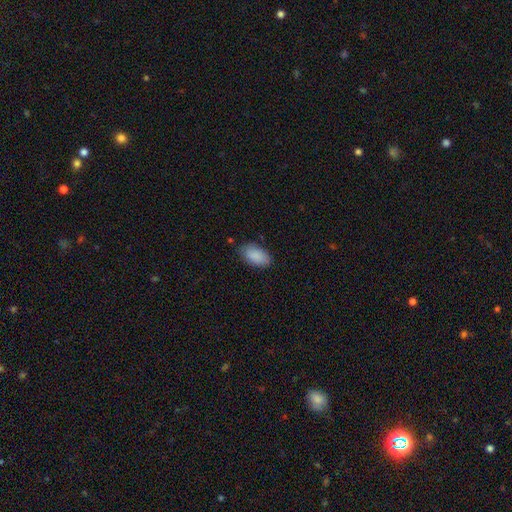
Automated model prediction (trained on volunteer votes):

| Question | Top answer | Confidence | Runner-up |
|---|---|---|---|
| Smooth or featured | smooth | 89% | star or artifact (6%) |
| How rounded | in between | 94% | round (3%) |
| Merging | none | 80% | minor disturbance (15%) |